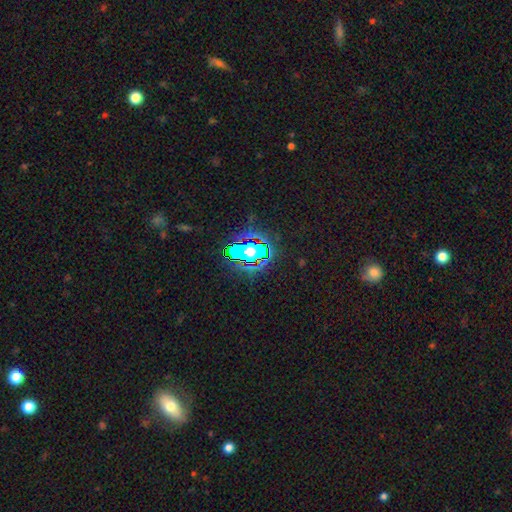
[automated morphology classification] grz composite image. It shows a star or artifact, not a galaxy (78%).